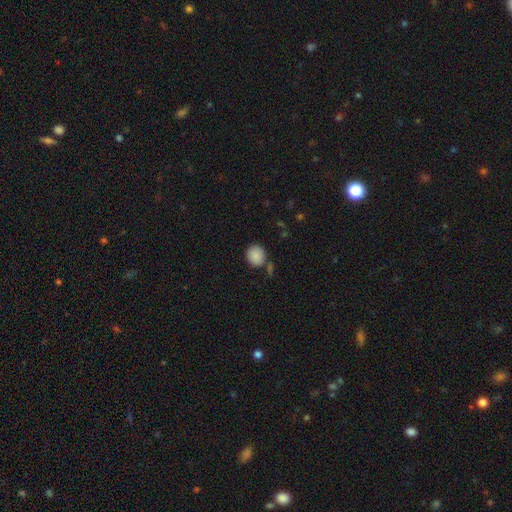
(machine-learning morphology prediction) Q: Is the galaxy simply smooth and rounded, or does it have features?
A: smooth — 88%.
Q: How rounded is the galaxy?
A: round — 80%.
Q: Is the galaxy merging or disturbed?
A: none — 70%.